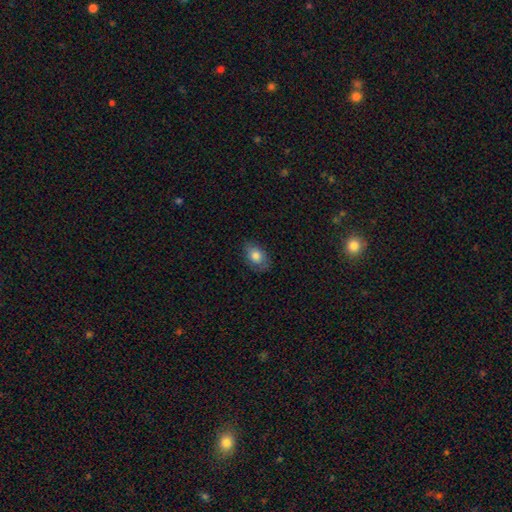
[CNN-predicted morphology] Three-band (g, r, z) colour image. It shows a smooth galaxy with no disk features (80%) that is in between round and cigar-shaped (83%). Merging: none (79%).